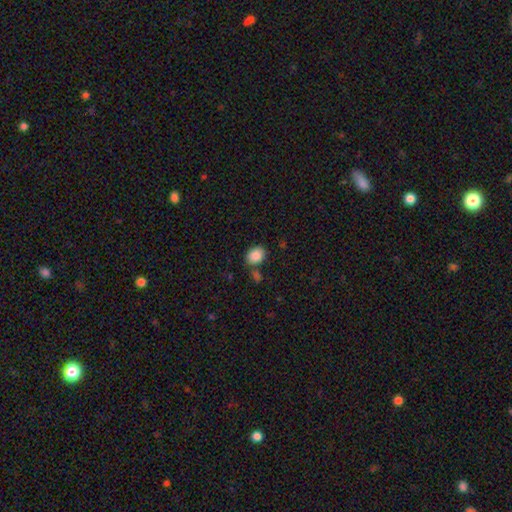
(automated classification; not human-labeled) Smooth or featured?
  - smooth: 87% *
  - star or artifact: 8%
  - featured or disk: 5%
How rounded?
  - in between: 58% *
  - round: 41%
  - cigar-shaped: 1%
Merging?
  - none: 71% *
  - minor disturbance: 13%
  - merger: 12%
  - major disturbance: 4%